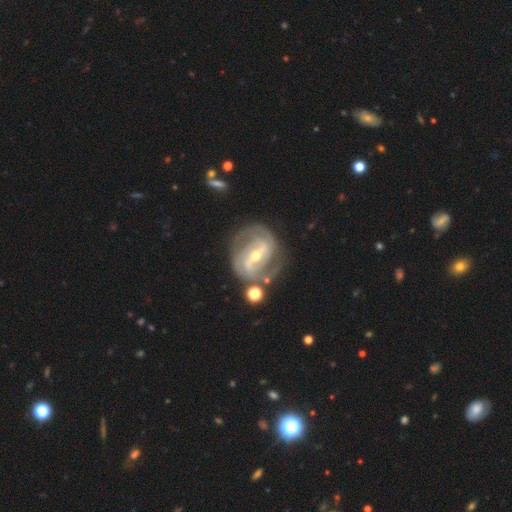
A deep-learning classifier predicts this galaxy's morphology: type=featured or disk (88%); edge-on=no (96%); bar=strong (60%); spiral arms=yes (93%); winding=tight (43%, tied with medium); arm count=2 (74%); bulge=small (49%); merging=none (69%).